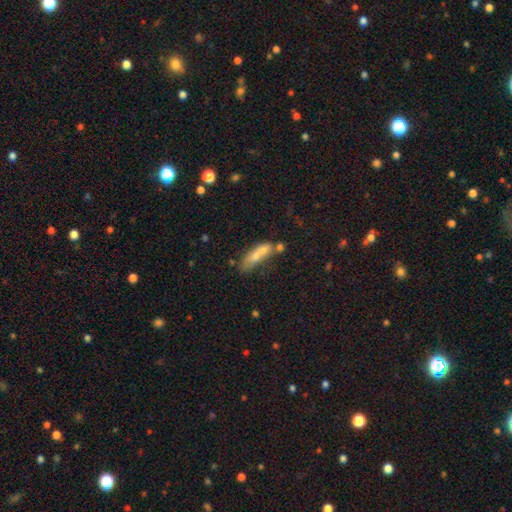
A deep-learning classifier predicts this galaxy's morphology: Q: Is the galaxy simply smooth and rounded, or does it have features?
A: smooth — 60%.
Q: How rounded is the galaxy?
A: cigar-shaped — 56%.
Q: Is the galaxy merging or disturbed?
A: none — 36%.